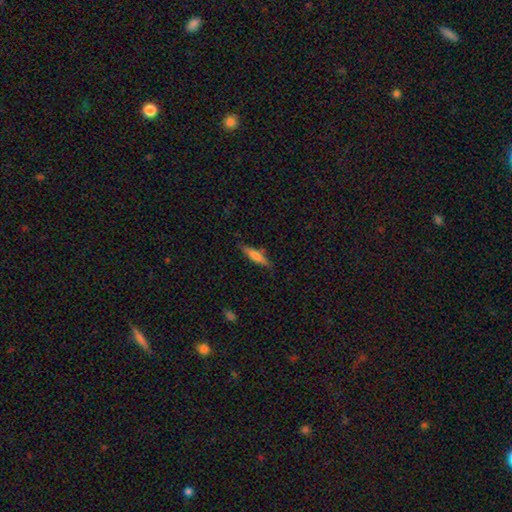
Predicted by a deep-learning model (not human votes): Morphology: type=smooth (65%); roundness=cigar-shaped (76%); merging=none (79%).